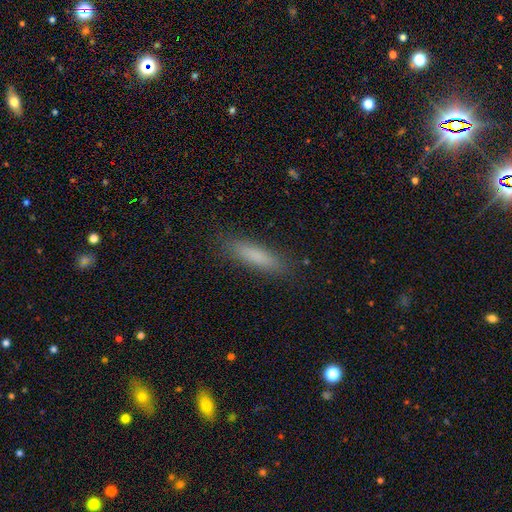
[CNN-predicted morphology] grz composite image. It shows a smooth galaxy with no disk features (80%) that is cigar-shaped (78%). Merging: none (88%).